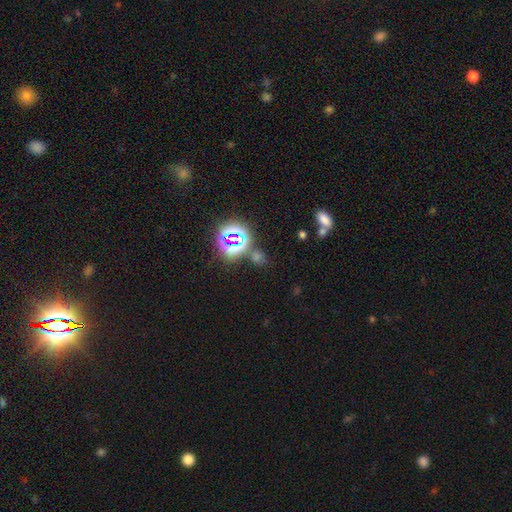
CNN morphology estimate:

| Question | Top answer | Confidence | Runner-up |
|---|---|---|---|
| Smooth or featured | star or artifact | 62% | smooth (30%) |